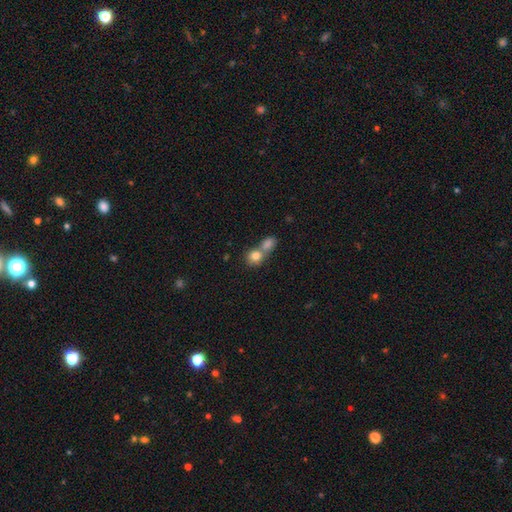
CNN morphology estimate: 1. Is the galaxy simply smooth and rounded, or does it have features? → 80% smooth, 10% featured or disk, 9% star or artifact.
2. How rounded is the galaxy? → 71% round, 28% in between, 1% cigar-shaped.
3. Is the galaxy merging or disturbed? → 59% merger, 31% none, 7% minor disturbance, 3% major disturbance.